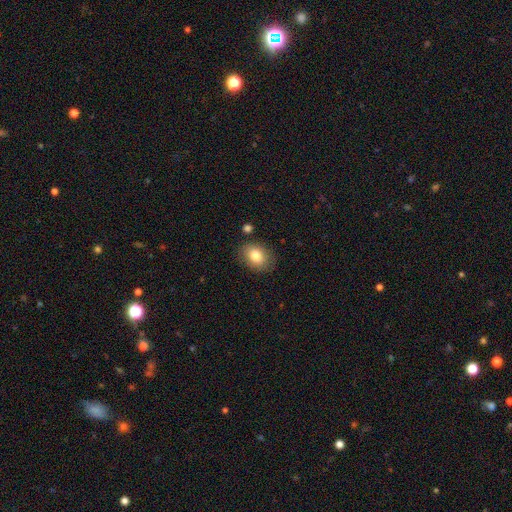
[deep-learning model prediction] smooth-or-featured: smooth: 82% | featured or disk: 10% | star or artifact: 8%
  how-rounded: in between: 69% | round: 30% | cigar-shaped: 1%
  merging: none: 82% | minor disturbance: 12% | major disturbance: 3% | merger: 3%